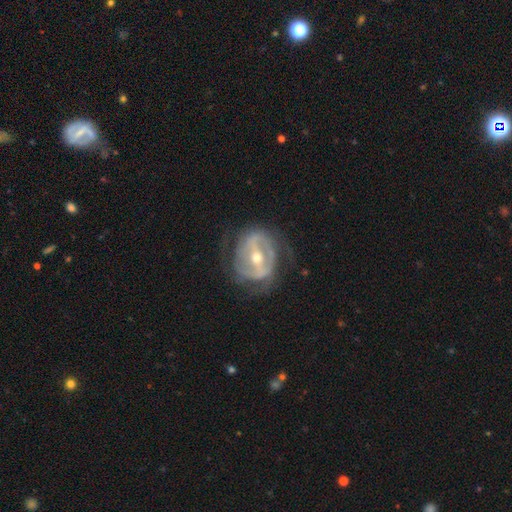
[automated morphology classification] smooth-or-featured: featured or disk: 81% | smooth: 10% | star or artifact: 8%
  disk-edge-on: no: 95% | yes: 5%
    bar: strong: 49% | weak: 33% | no: 18%
    has-spiral-arms: yes: 79% | no: 21%
      spiral-winding: tight: 50% | medium: 35% | loose: 15%
      spiral-arm-count: 2: 51% | can't tell: 28% | 3: 10% | 1: 4% | 4: 4% | more than 4: 3%
    bulge-size: moderate: 58% | small: 37% | large: 3% | none: 1% | dominant: 1%
  merging: none: 70% | minor disturbance: 18% | major disturbance: 11% | merger: 2%